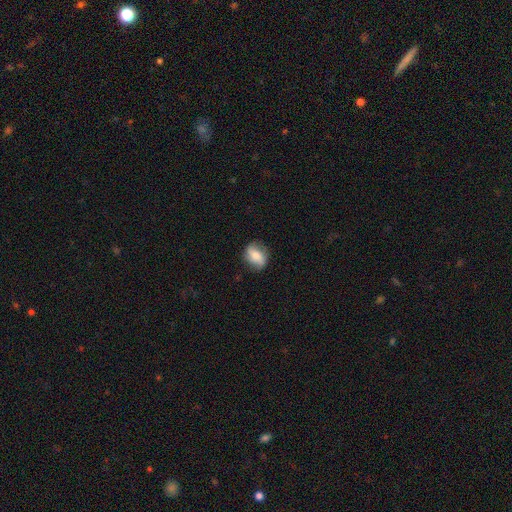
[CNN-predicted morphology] This is possibly a smooth galaxy (55%). How rounded: possibly in between (57%). Merging: likely none (78%).